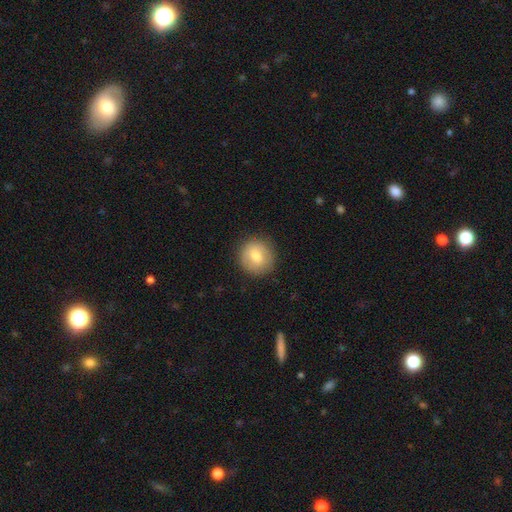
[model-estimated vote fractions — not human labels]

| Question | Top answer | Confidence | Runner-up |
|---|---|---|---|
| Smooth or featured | smooth | 75% | featured or disk (17%) |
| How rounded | round | 91% | in between (8%) |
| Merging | none | 87% | minor disturbance (10%) |